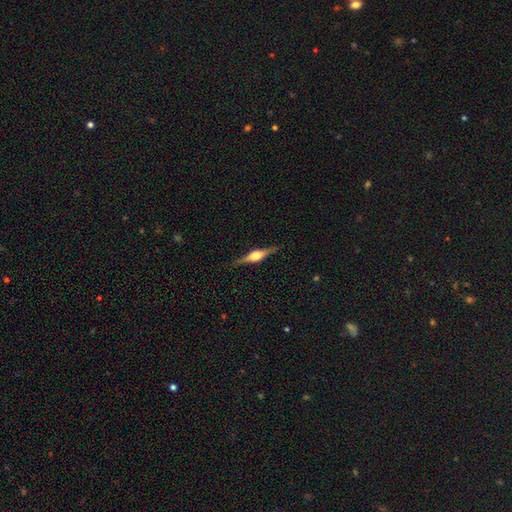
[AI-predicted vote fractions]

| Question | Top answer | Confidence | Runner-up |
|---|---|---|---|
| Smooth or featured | featured or disk | 78% | smooth (16%) |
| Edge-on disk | yes | 98% | no (2%) |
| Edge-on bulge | rounded | 92% | boxy (6%) |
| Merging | none | 89% | minor disturbance (8%) |